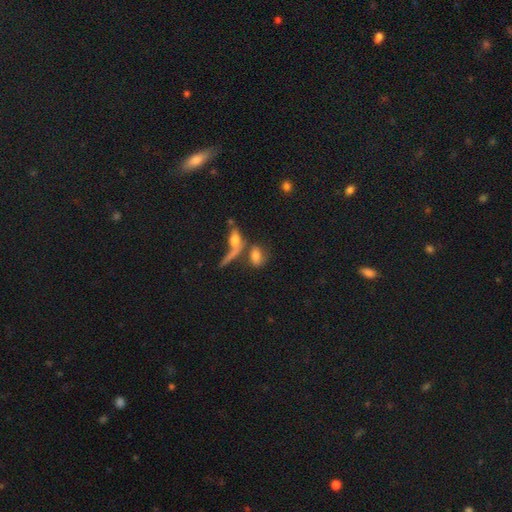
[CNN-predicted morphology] Smooth or featured? smooth (68%)
How rounded? in between (75%)
Merging? none (43%)